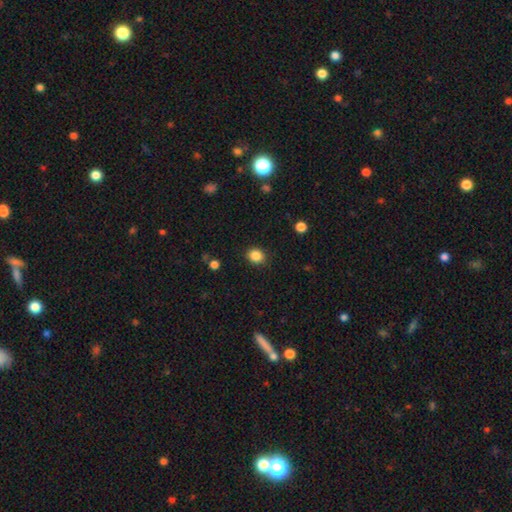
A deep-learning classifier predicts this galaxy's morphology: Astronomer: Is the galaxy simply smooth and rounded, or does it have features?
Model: smooth — 86%.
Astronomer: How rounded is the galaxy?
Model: round — 67%.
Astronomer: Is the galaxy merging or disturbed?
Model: none — 88%.